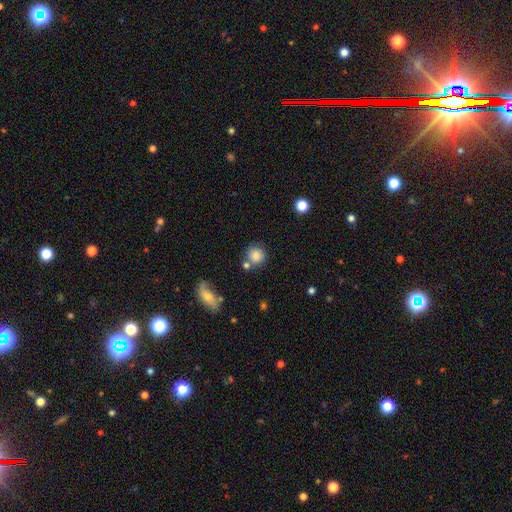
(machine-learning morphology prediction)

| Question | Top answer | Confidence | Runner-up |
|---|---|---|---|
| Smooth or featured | smooth | 83% | star or artifact (9%) |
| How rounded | round | 89% | in between (10%) |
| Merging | none | 66% | merger (16%) |